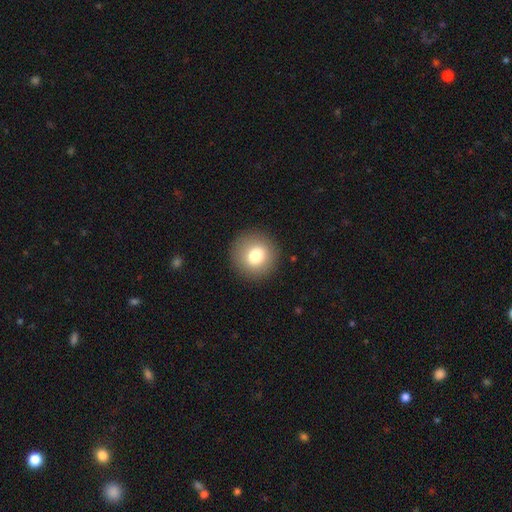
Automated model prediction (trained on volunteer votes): Overall: smooth (78%). How rounded: round (93%). Merging: none (91%).